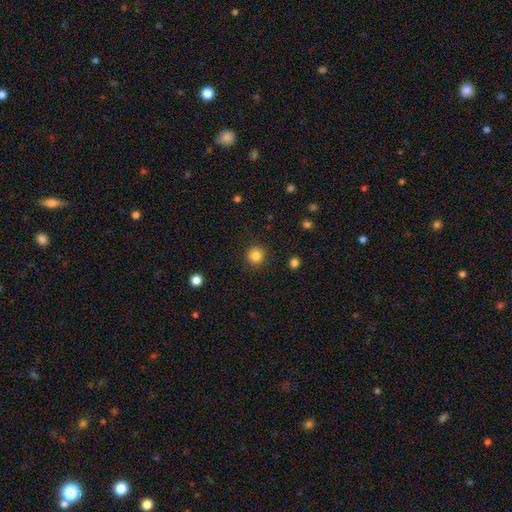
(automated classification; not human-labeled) smooth_or_featured: smooth (p=0.85) [alt: star or artifact p=0.11]
how_rounded: round (p=0.95) [alt: in between p=0.04]
merging: none (p=0.91) [alt: minor disturbance p=0.05]